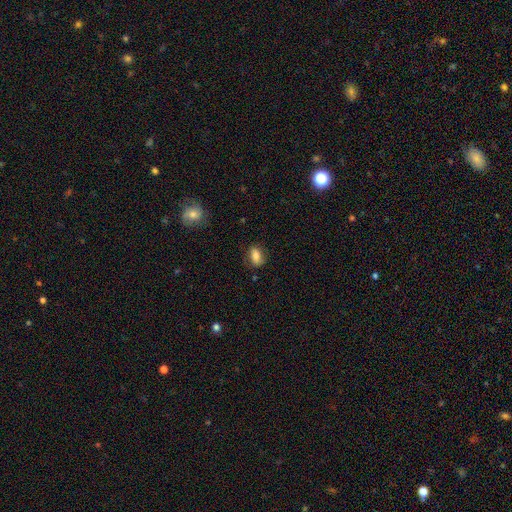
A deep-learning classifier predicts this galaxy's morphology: A smooth galaxy with no disk features (78%) that is in between round and cigar-shaped (84%). Merging: none (78%).